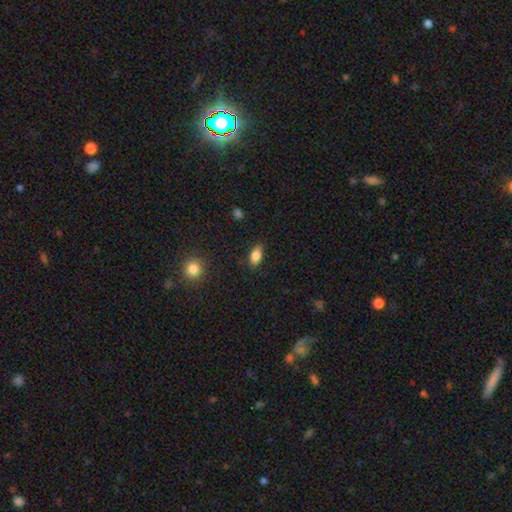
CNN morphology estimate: The model was most divided on "merging": none: 83%, minor disturbance: 13%, major disturbance: 3%, merger: 1%. More confident: how rounded — in between (88%); smooth or featured — smooth (84%).